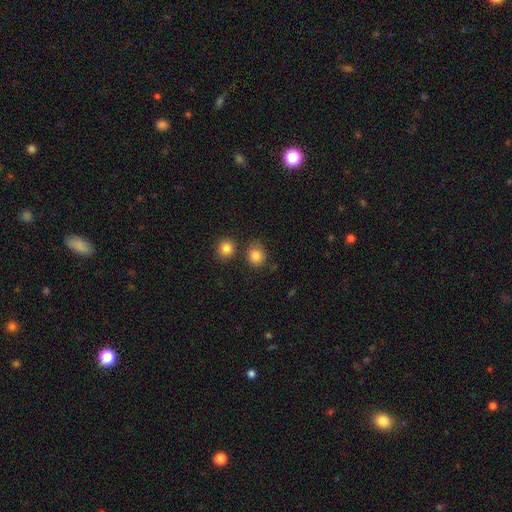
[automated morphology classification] A smooth galaxy with no disk features (83%) that is round (74%). Merging: none (74%).